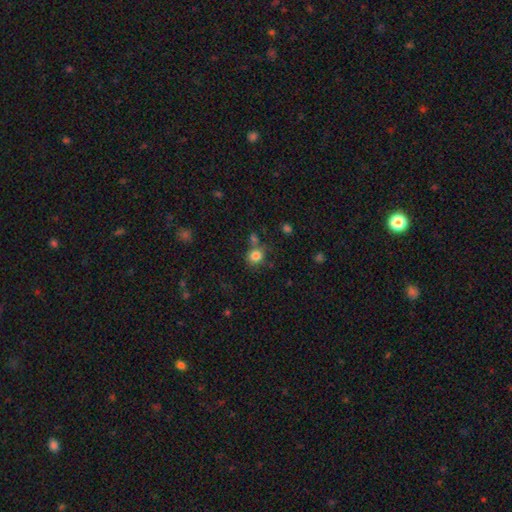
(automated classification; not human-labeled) A smooth galaxy with no disk features (82%) that is round (80%). Merging: none (67%).